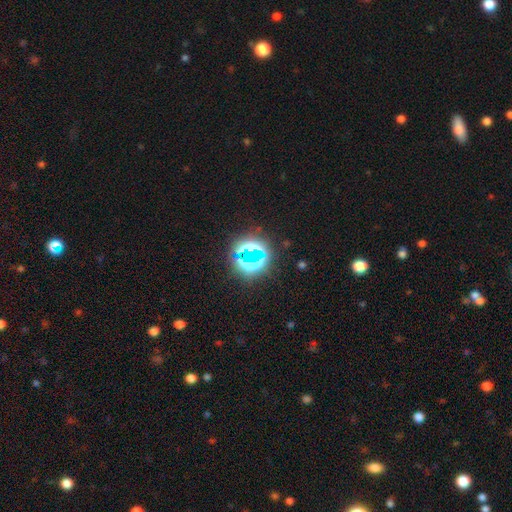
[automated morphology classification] Smooth or featured? star or artifact (57%)